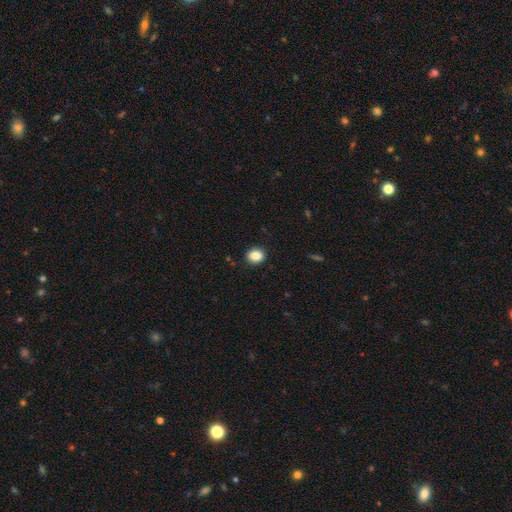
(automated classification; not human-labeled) This appears to be a smooth galaxy with no disk features (87%) that is in between round and cigar-shaped (50%). Merging: none (90%).